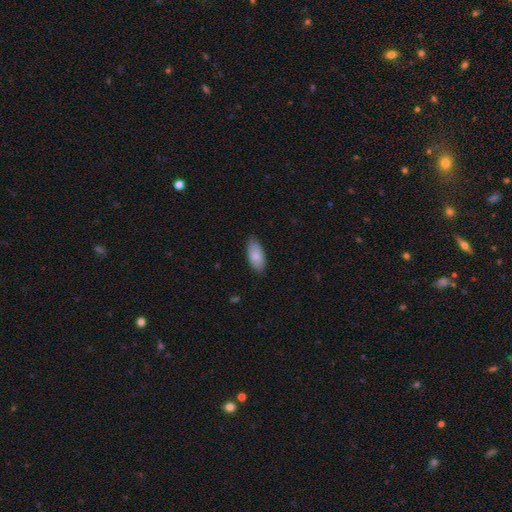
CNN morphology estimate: Smooth or featured: smooth — 85% (featured or disk — 10%)
How rounded: in between — 88% (cigar-shaped — 11%)
Merging: none — 82% (minor disturbance — 15%)